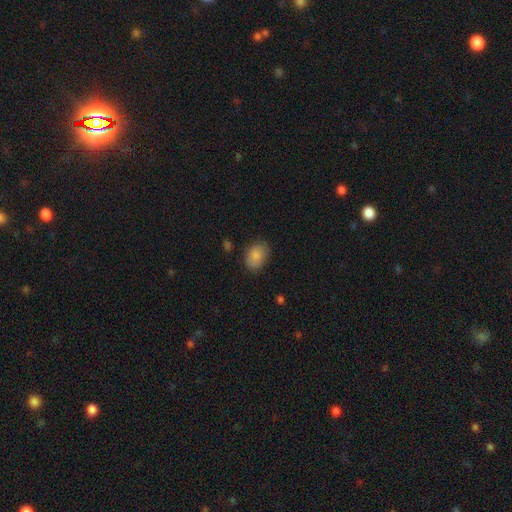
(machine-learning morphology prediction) smooth-or-featured: smooth: 85% | featured or disk: 7% | star or artifact: 7%
  how-rounded: in between: 73% | round: 26% | cigar-shaped: 1%
  merging: none: 78% | minor disturbance: 16% | major disturbance: 4% | merger: 2%